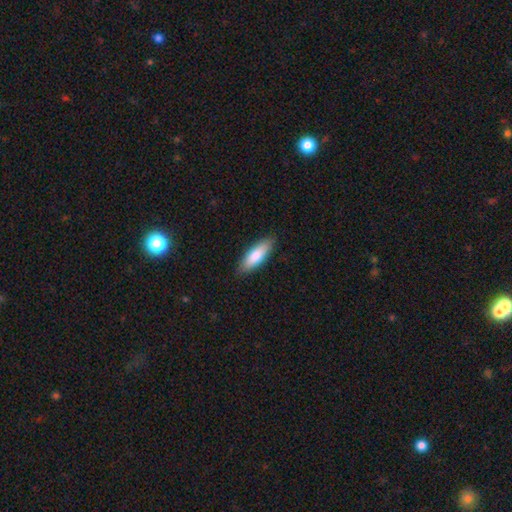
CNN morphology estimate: smooth_or_featured: smooth (p=0.81) [alt: featured or disk p=0.14]
how_rounded: in between (p=0.57) [alt: cigar-shaped p=0.42]
merging: none (p=0.87) [alt: minor disturbance p=0.10]